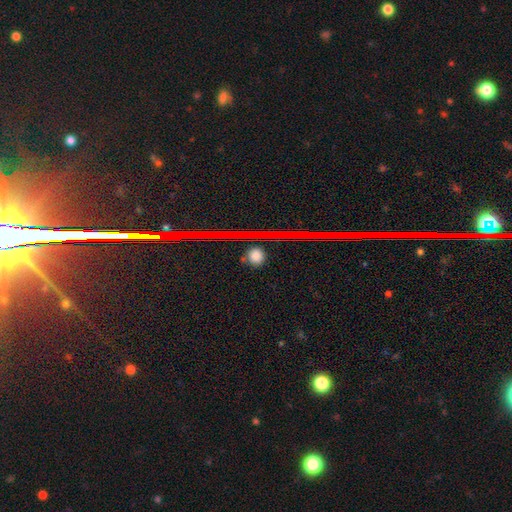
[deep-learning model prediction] Smooth or featured?
  - smooth: 69% *
  - star or artifact: 25%
  - featured or disk: 7%
How rounded?
  - round: 79% *
  - in between: 17%
  - cigar-shaped: 4%
Merging?
  - none: 87% *
  - minor disturbance: 8%
  - major disturbance: 2%
  - merger: 2%